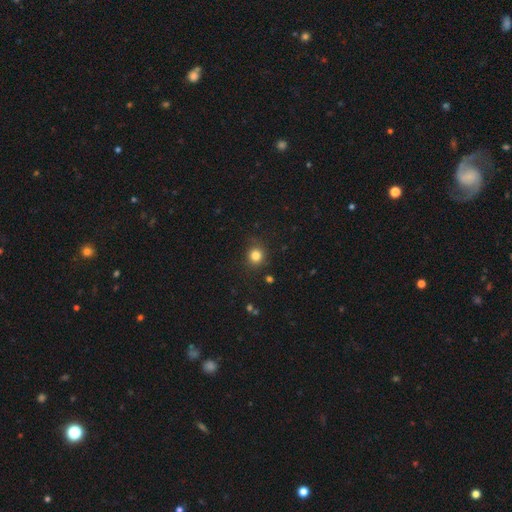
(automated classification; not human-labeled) Smooth or featured: smooth — 82% (star or artifact — 13%)
How rounded: round — 87% (in between — 12%)
Merging: none — 84% (minor disturbance — 11%)